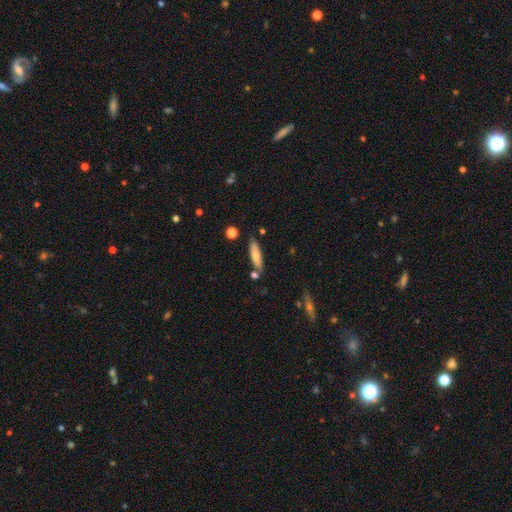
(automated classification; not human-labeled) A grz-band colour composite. It shows a smooth galaxy with no disk features (69%) that is cigar-shaped (67%). Merging: none (77%).